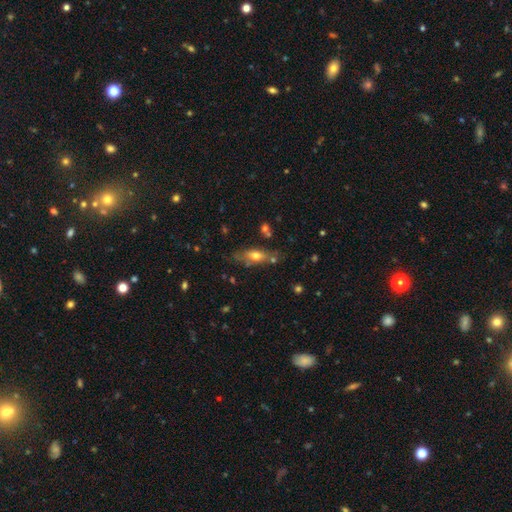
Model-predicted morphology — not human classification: type=smooth (59%); roundness=in between (68%); merging=none (61%).